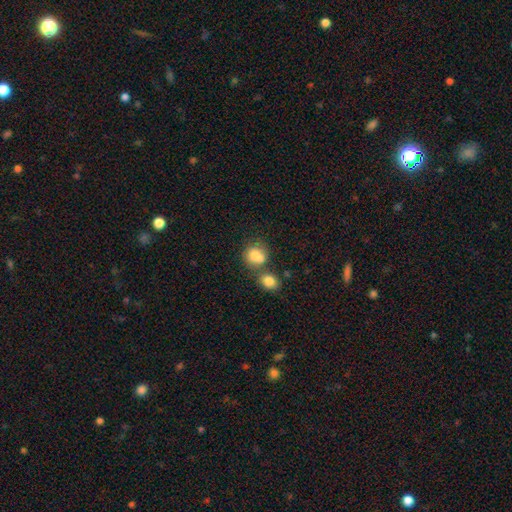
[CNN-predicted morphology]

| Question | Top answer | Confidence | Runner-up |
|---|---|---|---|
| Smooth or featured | smooth | 80% | featured or disk (11%) |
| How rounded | round | 76% | in between (23%) |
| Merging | merger | 44% | none (39%) |